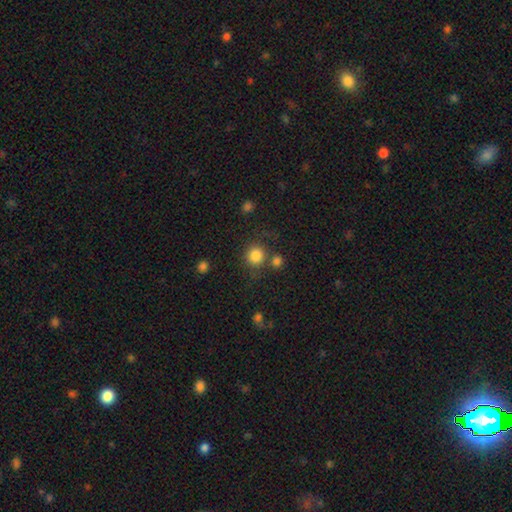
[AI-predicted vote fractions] smooth 84%, star or artifact 11%, featured or disk 5%. Down the decision tree: how rounded — round (91%); merging — none (71%).